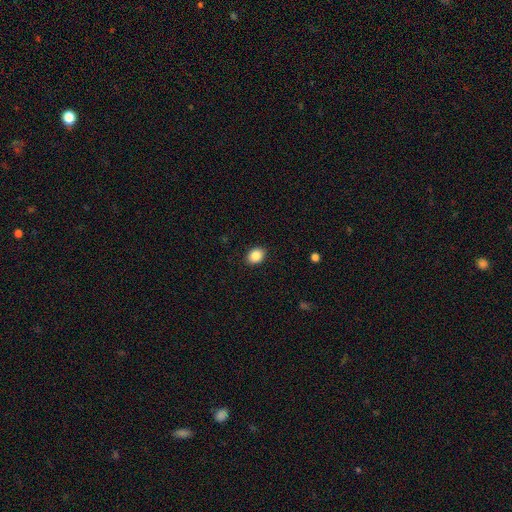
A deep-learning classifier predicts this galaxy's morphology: A smooth galaxy with no disk features (87%) that is in between round and cigar-shaped (63%).

Vote fractions:
- Smooth or featured? smooth: 87% / star or artifact: 8% / featured or disk: 4%
- How rounded? in between: 63% / round: 36% / cigar-shaped: 1%
- Merging? none: 90% / minor disturbance: 7% / major disturbance: 2% / merger: 1%